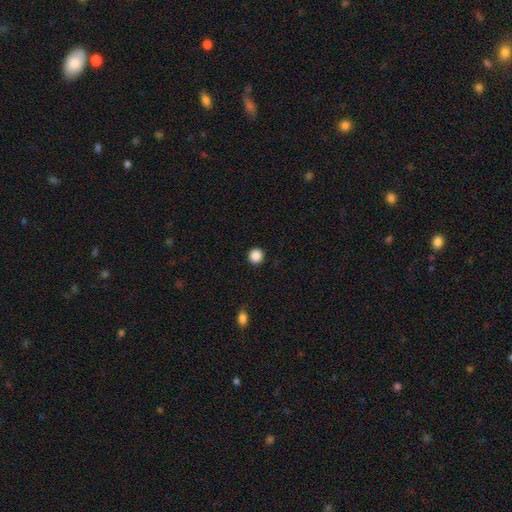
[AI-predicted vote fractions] Smooth or featured? Predicted: smooth (p=0.88). How rounded? Predicted: round (p=0.94). Merging? Predicted: none (p=0.93).